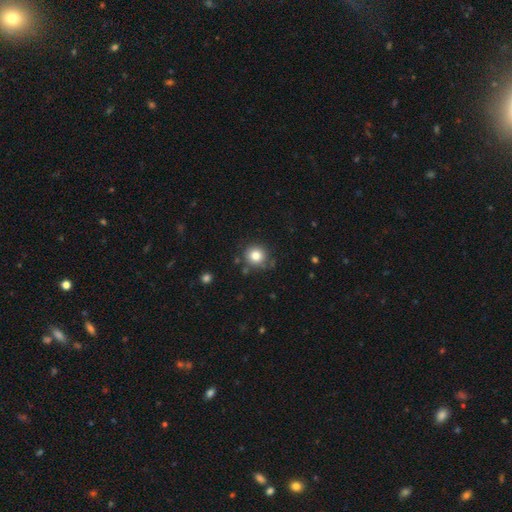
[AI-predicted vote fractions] smooth-or-featured: smooth: 81% | star or artifact: 11% | featured or disk: 7%
  how-rounded: round: 91% | in between: 8% | cigar-shaped: 1%
  merging: none: 81% | minor disturbance: 11% | merger: 4% | major disturbance: 3%